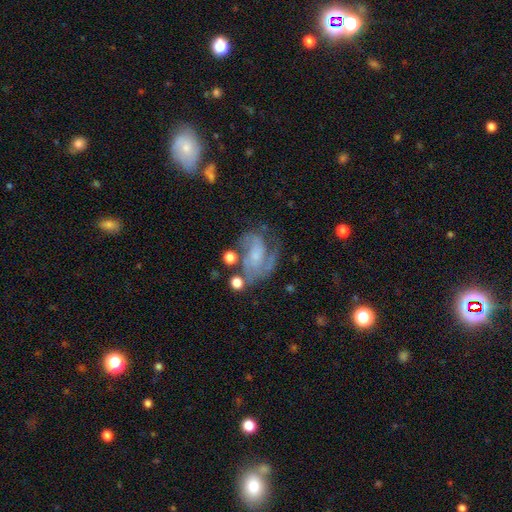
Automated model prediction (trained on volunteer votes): A featured or disk galaxy (77%) with no bar (56%), 2 (55%) medium (47%) spiral arms (91%) and a small central bulge (61%). Merging: none (48%).